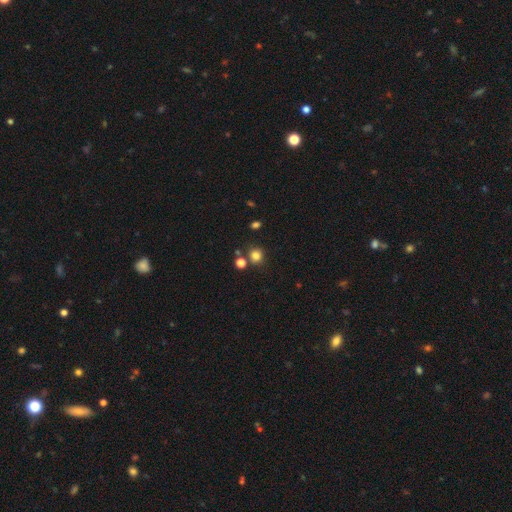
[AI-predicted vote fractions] This is likely a smooth galaxy (80%). How rounded: clearly round (89%). Merging: likely none (77%).